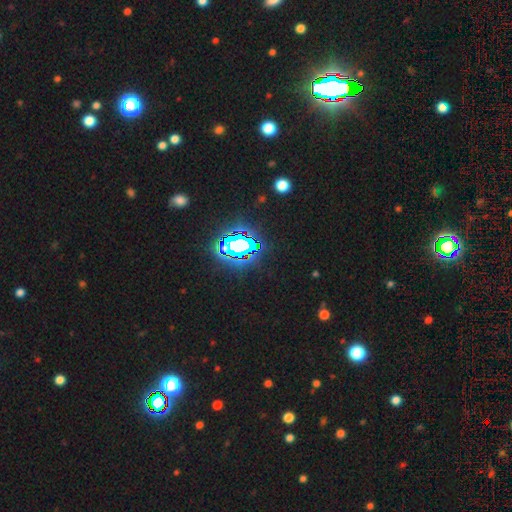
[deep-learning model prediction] Morphology: type=star or artifact (82%).